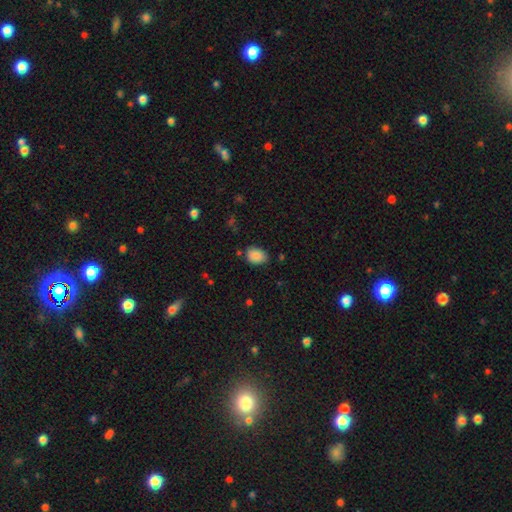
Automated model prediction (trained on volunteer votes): A smooth galaxy with no disk features (88%) that is in between round and cigar-shaped (71%).

Vote fractions:
- Smooth or featured? smooth: 88% / star or artifact: 8% / featured or disk: 4%
- How rounded? in between: 71% / round: 28% / cigar-shaped: 1%
- Merging? none: 76% / minor disturbance: 18% / major disturbance: 4% / merger: 2%